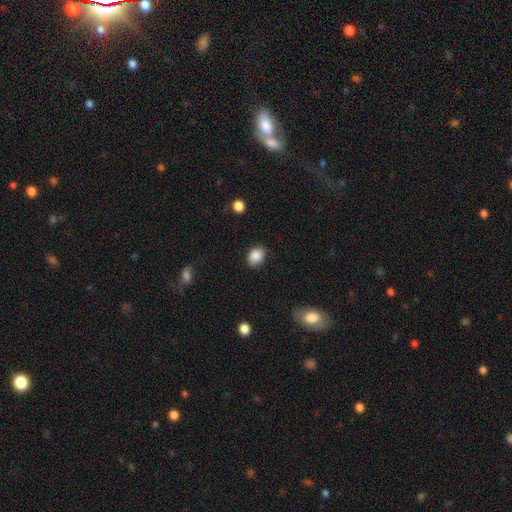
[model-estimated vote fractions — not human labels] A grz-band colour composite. It shows a smooth galaxy with no disk features (87%) that is in between round and cigar-shaped (57%). Merging: none (85%).